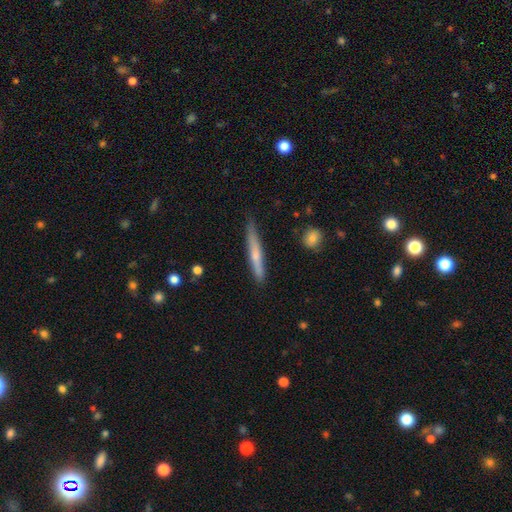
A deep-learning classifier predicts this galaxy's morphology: A smooth galaxy with no disk features (51%) that is cigar-shaped (94%). Merging: none (81%).